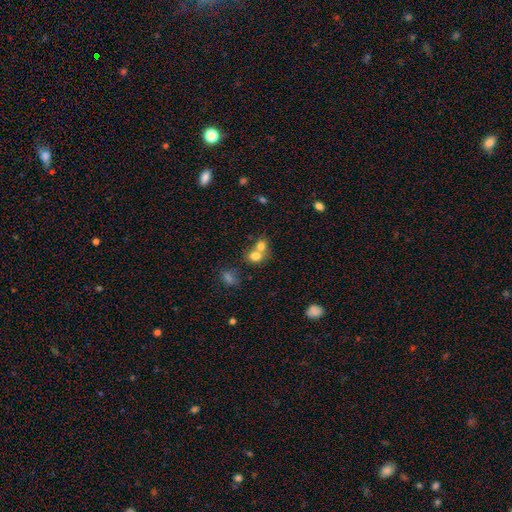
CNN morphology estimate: smooth 76%, featured or disk 13%, star or artifact 11%. Down the decision tree: how rounded — round (64%); merging — merger (62%).